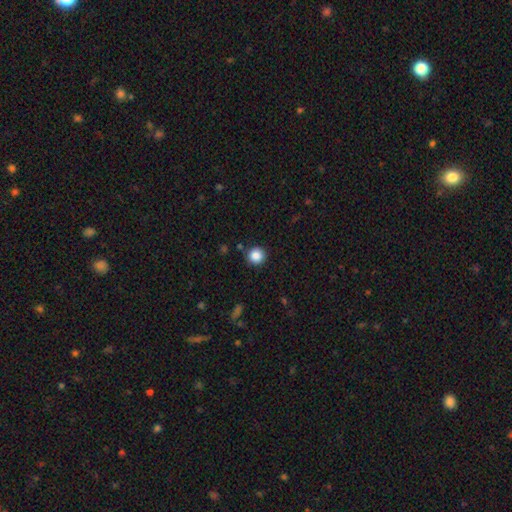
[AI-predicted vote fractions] Overall: smooth (86%). How rounded: round (94%). Merging: none (90%).